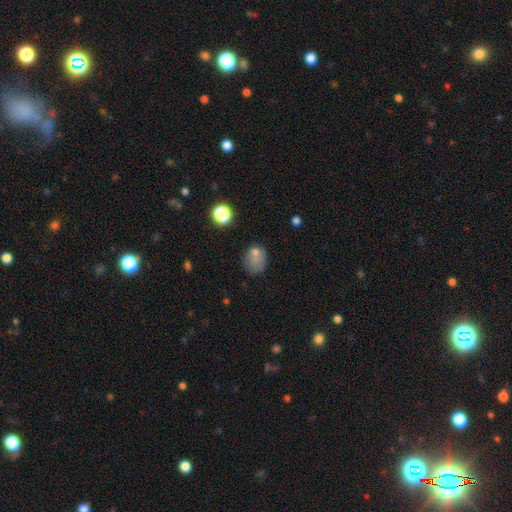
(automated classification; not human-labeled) This is likely a smooth galaxy (73%). How rounded: possibly in between (56%). Merging: marginally none (43%).